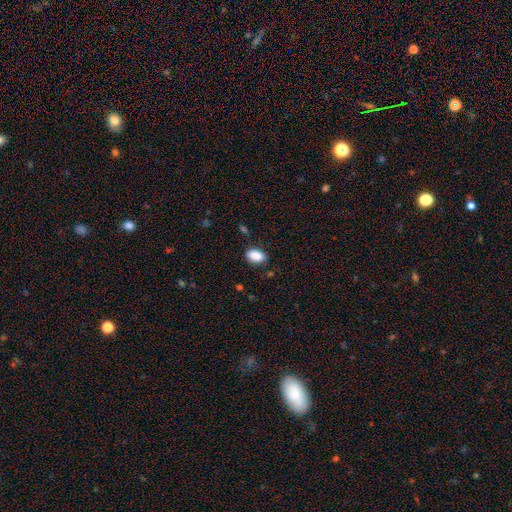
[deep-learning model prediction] Morphology: type=smooth (88%); roundness=in between (90%); merging=none (83%).